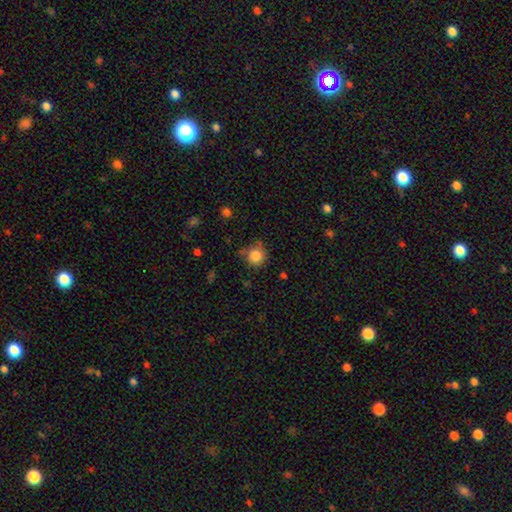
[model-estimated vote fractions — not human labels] Smooth or featured: smooth — 84% (star or artifact — 11%)
How rounded: round — 92% (in between — 7%)
Merging: none — 75% (minor disturbance — 17%)